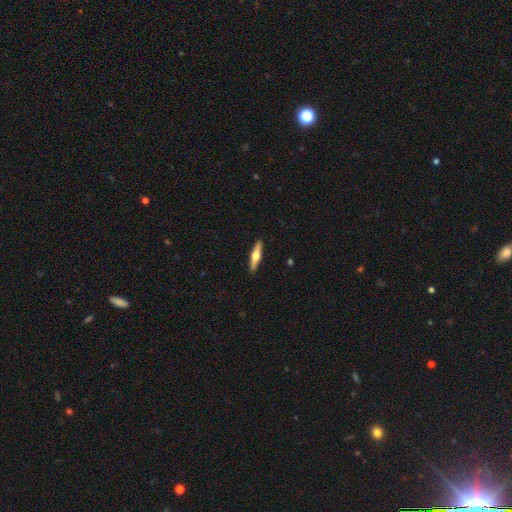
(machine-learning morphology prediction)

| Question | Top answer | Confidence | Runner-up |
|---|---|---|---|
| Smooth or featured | featured or disk | 61% | smooth (34%) |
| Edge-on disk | yes | 97% | no (3%) |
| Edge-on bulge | rounded | 95% | boxy (3%) |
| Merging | none | 92% | minor disturbance (6%) |